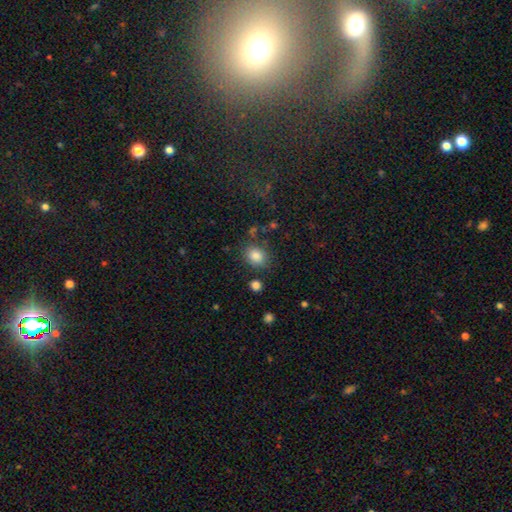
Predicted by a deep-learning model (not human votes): Smooth or featured? Predicted: smooth (p=0.84). How rounded? Predicted: round (p=0.57). Merging? Predicted: none (p=0.76).